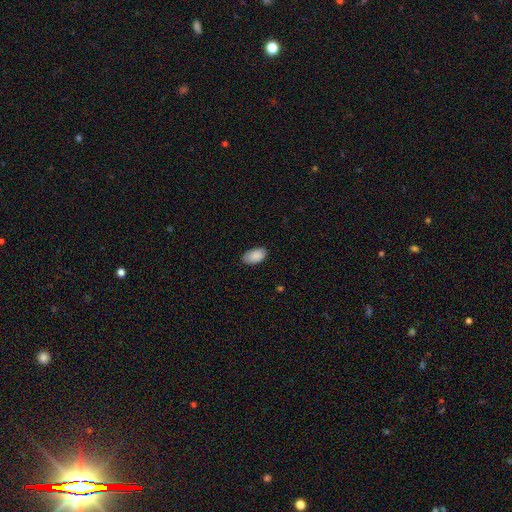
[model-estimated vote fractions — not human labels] The model was most divided on "merging": none: 83%, minor disturbance: 14%, major disturbance: 2%, merger: 1%. More confident: how rounded — in between (95%); smooth or featured — smooth (89%).